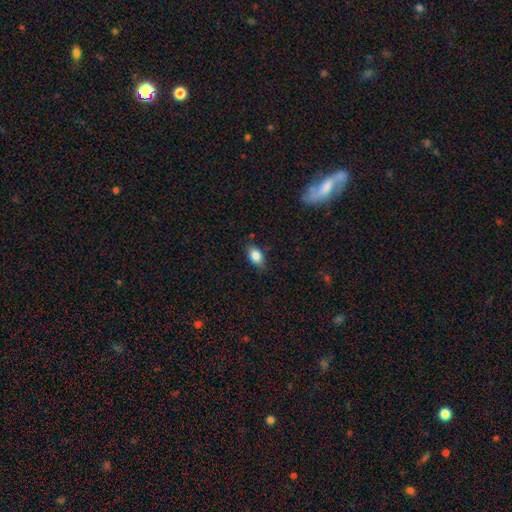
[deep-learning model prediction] Smooth or featured? smooth (83%)
How rounded? in between (86%)
Merging? none (80%)